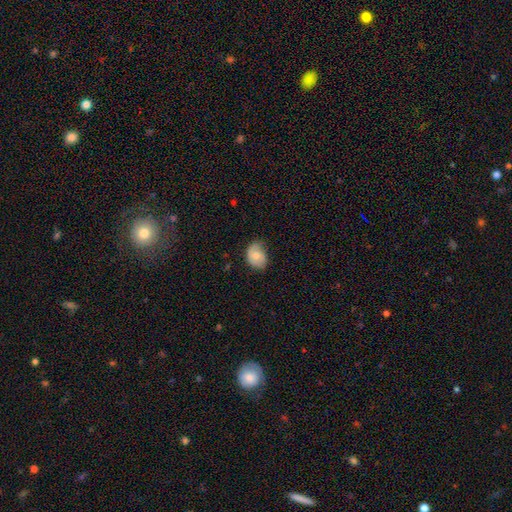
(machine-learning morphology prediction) smooth_or_featured: smooth (p=0.61) [alt: featured or disk p=0.32]
how_rounded: in between (p=0.63) [alt: round p=0.36]
merging: none (p=0.56) [alt: minor disturbance p=0.33]